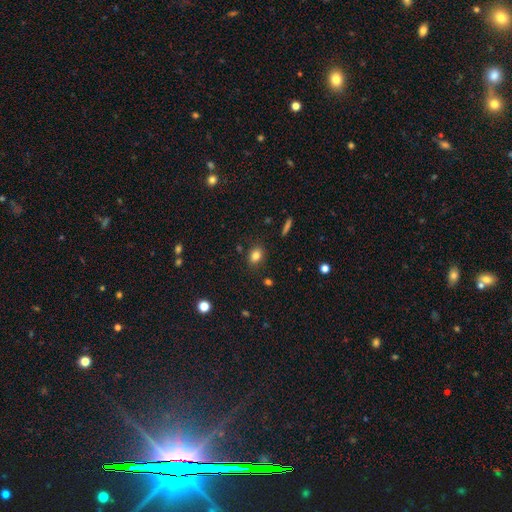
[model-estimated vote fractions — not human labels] A smooth galaxy with no disk features (81%) that is in between round and cigar-shaped (63%). Merging: none (84%).